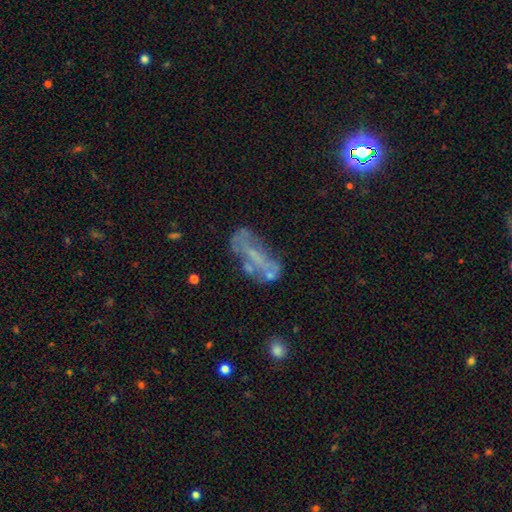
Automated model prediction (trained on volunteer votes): Q: Smooth or featured?
A: featured or disk (55%); runner-up: smooth (28%)
Q: Edge-on disk?
A: no (87%); runner-up: yes (13%)
Q: Merging?
A: none (43%); runner-up: major disturbance (23%)